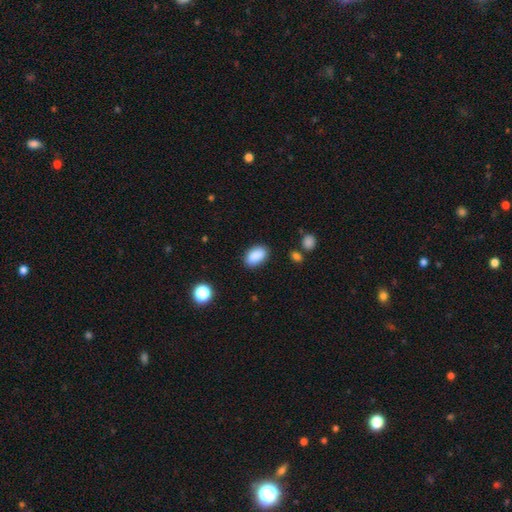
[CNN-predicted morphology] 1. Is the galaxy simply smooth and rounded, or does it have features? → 89% smooth, 8% star or artifact, 4% featured or disk.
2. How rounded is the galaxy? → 91% in between, 8% round, 2% cigar-shaped.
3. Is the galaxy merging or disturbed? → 85% none, 11% minor disturbance, 3% major disturbance, 2% merger.